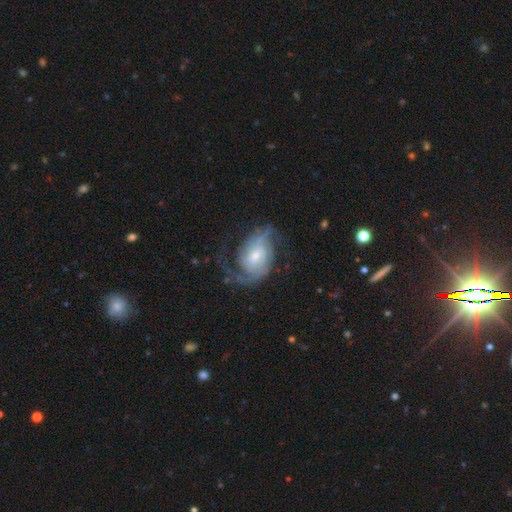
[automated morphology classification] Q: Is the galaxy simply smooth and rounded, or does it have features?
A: featured or disk — 85%.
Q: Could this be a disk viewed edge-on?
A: no — 97%.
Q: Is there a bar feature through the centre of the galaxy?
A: no — 53%.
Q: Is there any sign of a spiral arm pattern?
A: yes — 95%.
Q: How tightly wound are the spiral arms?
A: medium — 44%.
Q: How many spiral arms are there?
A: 2 — 64%.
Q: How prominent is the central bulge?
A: small — 52%.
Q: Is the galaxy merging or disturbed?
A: none — 57%.